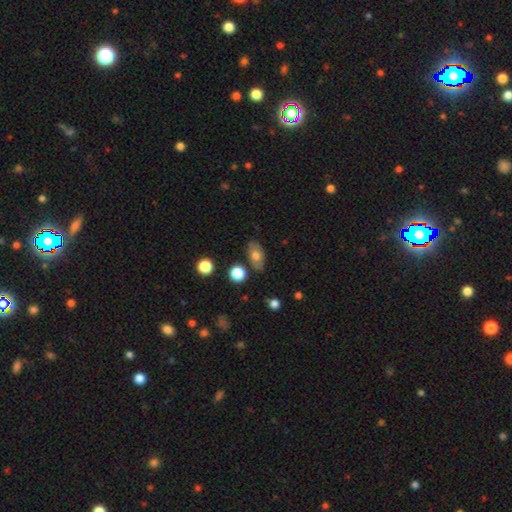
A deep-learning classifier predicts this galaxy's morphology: Q: Smooth or featured?
A: smooth (68%); runner-up: featured or disk (24%)
Q: How rounded?
A: in between (87%); runner-up: round (10%)
Q: Merging?
A: none (77%); runner-up: minor disturbance (15%)